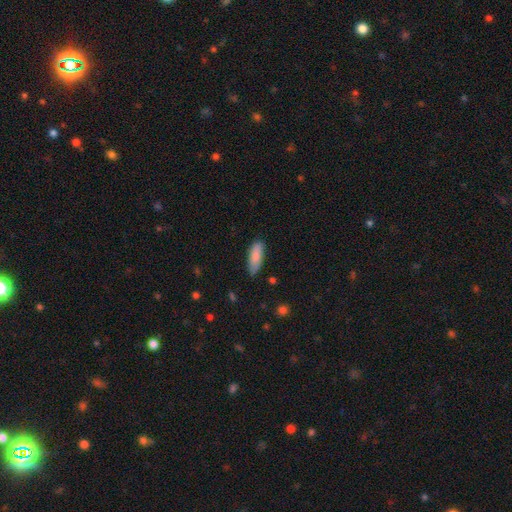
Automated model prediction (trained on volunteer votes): smooth-or-featured: smooth: 87% | featured or disk: 7% | star or artifact: 6%
  how-rounded: in between: 61% | cigar-shaped: 37% | round: 2%
  merging: none: 80% | minor disturbance: 16% | major disturbance: 3% | merger: 1%